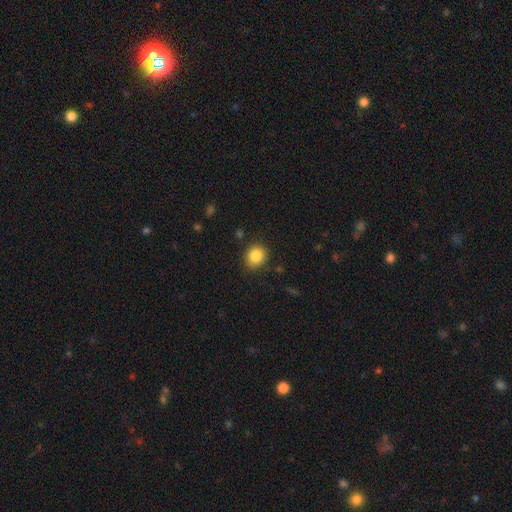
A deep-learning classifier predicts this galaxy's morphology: Smooth or featured? Predicted: smooth (p=0.84). How rounded? Predicted: round (p=0.70). Merging? Predicted: none (p=0.85).